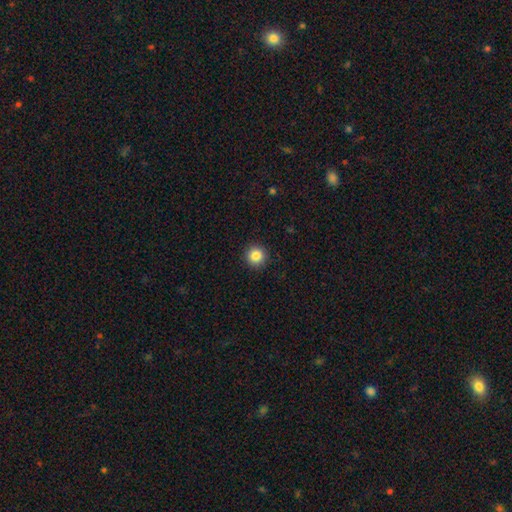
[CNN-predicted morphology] Q: Smooth or featured?
A: smooth (85%); runner-up: star or artifact (10%)
Q: How rounded?
A: round (95%); runner-up: in between (4%)
Q: Merging?
A: none (93%); runner-up: minor disturbance (5%)